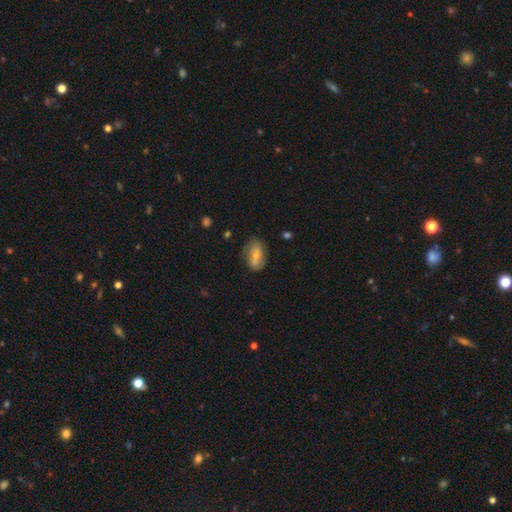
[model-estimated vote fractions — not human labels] A smooth galaxy with no disk features (59%) that is in between round and cigar-shaped (86%).

Vote fractions:
- Smooth or featured? smooth: 59% / featured or disk: 33% / star or artifact: 7%
- How rounded? in between: 86% / round: 11% / cigar-shaped: 3%
- Merging? none: 67% / minor disturbance: 24% / major disturbance: 7% / merger: 2%